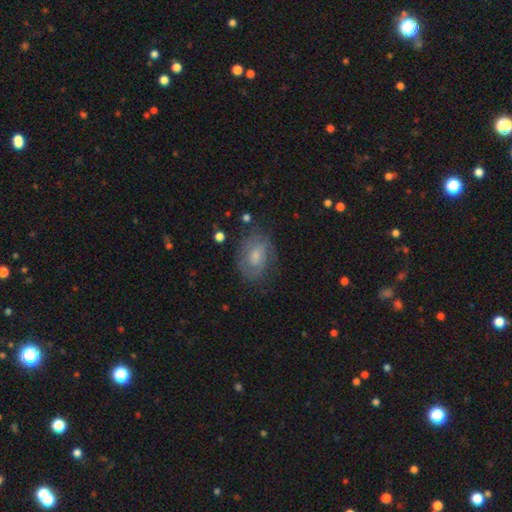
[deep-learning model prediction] The model was most divided on "smooth or featured": featured or disk: 48%, smooth: 42%, star or artifact: 10%. More confident: merging — none (70%).